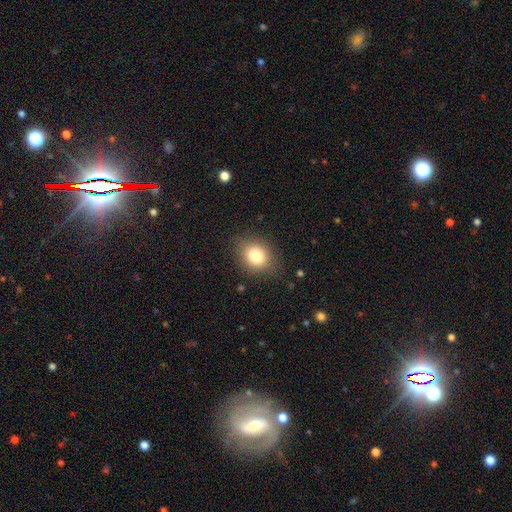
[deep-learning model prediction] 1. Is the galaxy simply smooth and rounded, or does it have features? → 82% smooth, 9% star or artifact, 8% featured or disk.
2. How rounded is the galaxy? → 55% in between, 44% round, 1% cigar-shaped.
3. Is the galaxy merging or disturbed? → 81% none, 14% minor disturbance, 4% major disturbance, 1% merger.